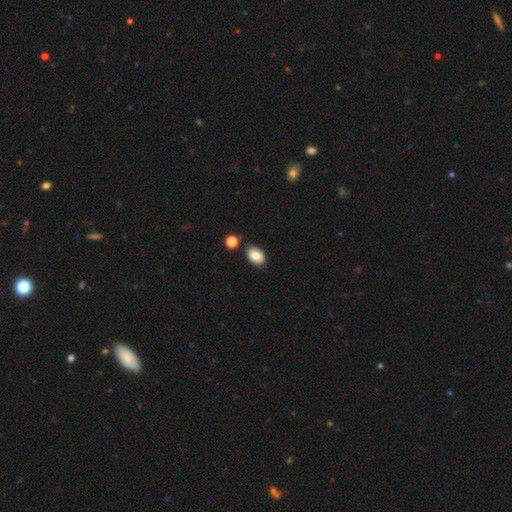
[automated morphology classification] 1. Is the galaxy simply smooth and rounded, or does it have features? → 85% smooth, 8% star or artifact, 7% featured or disk.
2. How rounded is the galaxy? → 87% in between, 11% round, 1% cigar-shaped.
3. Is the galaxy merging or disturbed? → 81% none, 11% minor disturbance, 5% merger, 2% major disturbance.